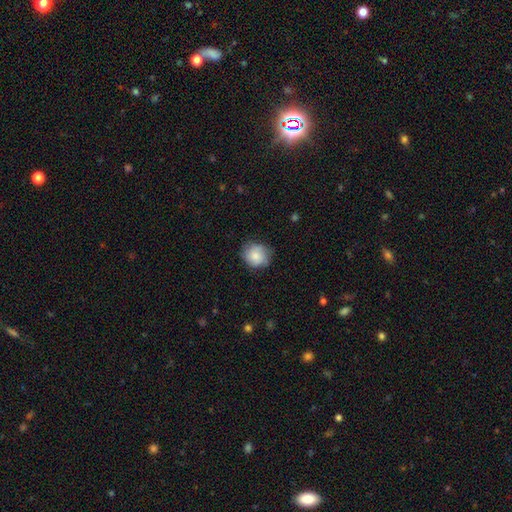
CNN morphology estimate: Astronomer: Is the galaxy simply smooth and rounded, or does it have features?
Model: smooth — 77%.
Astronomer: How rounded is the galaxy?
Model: round — 79%.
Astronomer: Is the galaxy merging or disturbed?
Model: none — 70%.